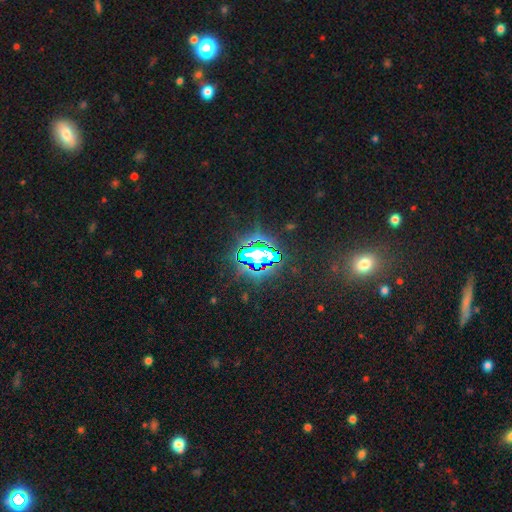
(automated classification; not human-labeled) Smooth or featured? Predicted: star or artifact (p=0.77).